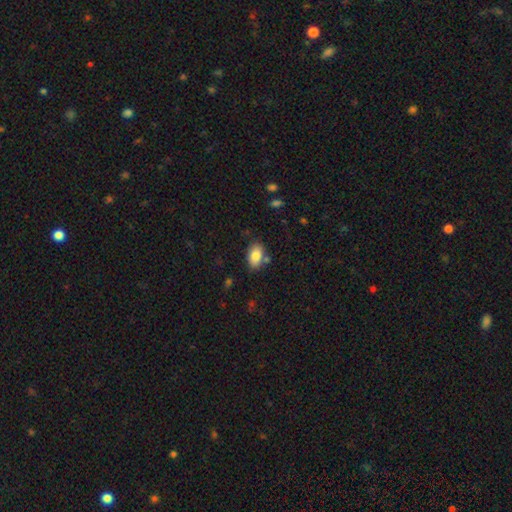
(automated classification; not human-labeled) smooth-or-featured: smooth: 85% | featured or disk: 8% | star or artifact: 7%
  how-rounded: in between: 90% | round: 8% | cigar-shaped: 2%
  merging: none: 74% | minor disturbance: 14% | merger: 8% | major disturbance: 3%